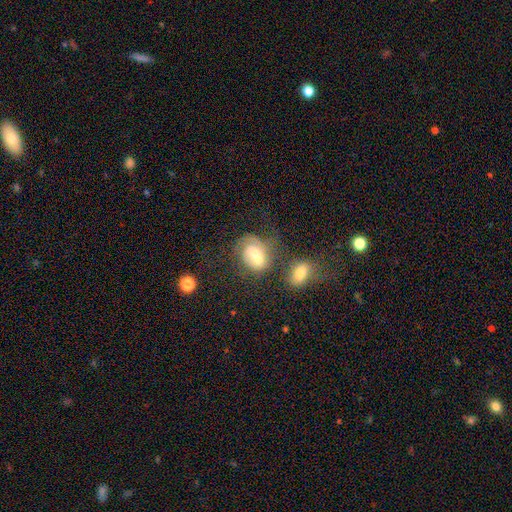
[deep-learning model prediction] Smooth or featured? Predicted: featured or disk (p=0.48). Merging? Predicted: merger (p=0.42).